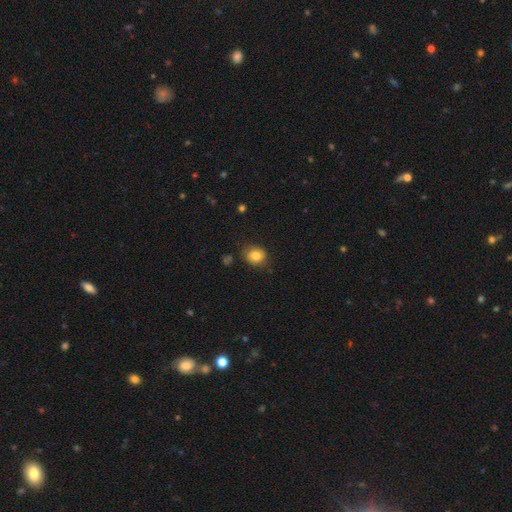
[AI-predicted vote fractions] This is clearly a smooth galaxy (83%). How rounded: likely round (63%). Merging: clearly none (81%).